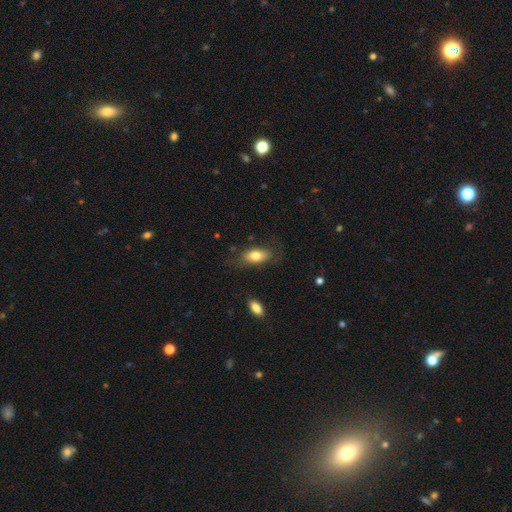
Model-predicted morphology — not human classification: Overall: smooth (75%). How rounded: in between (87%). Merging: none (71%).